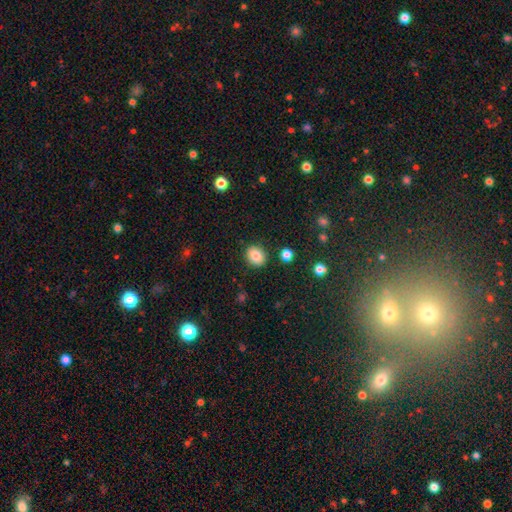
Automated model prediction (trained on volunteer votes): smooth_or_featured: smooth (p=0.85) [alt: star or artifact p=0.09]
how_rounded: round (p=0.57) [alt: in between p=0.42]
merging: none (p=0.88) [alt: minor disturbance p=0.08]